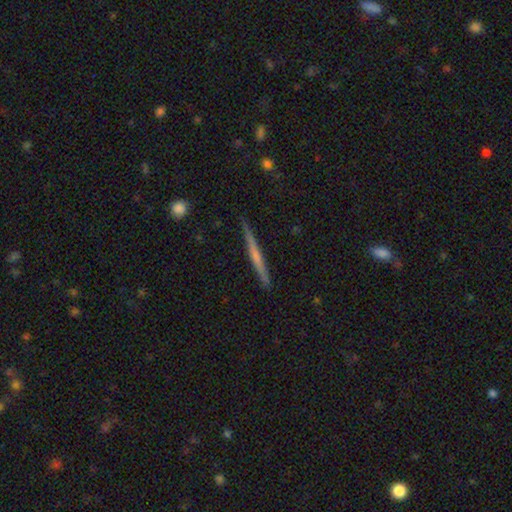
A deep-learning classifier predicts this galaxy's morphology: A featured or disk galaxy (57%) viewed edge-on (98%) with no central bulge (61%). Merging: none (88%).